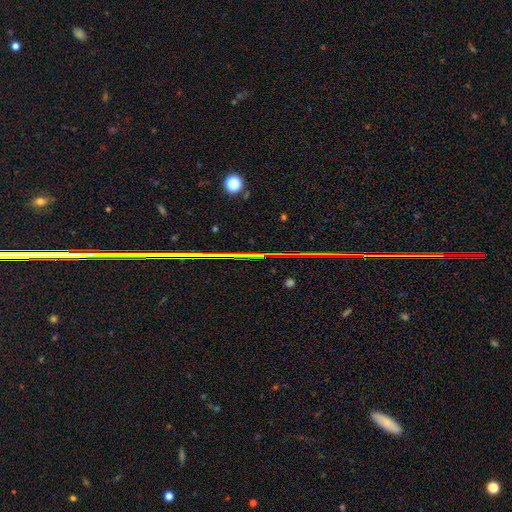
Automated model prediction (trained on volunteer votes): A star or artifact, not a galaxy (85%).

Vote fractions:
- Smooth or featured? star or artifact: 85% / smooth: 8% / featured or disk: 7%